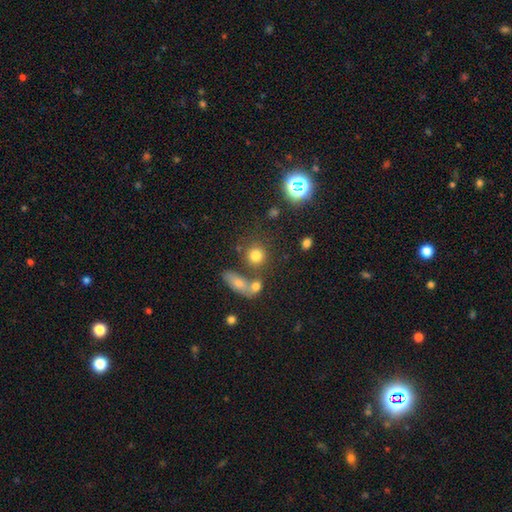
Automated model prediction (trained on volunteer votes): A smooth galaxy with no disk features (75%) that is round (82%). Merging: none (61%).